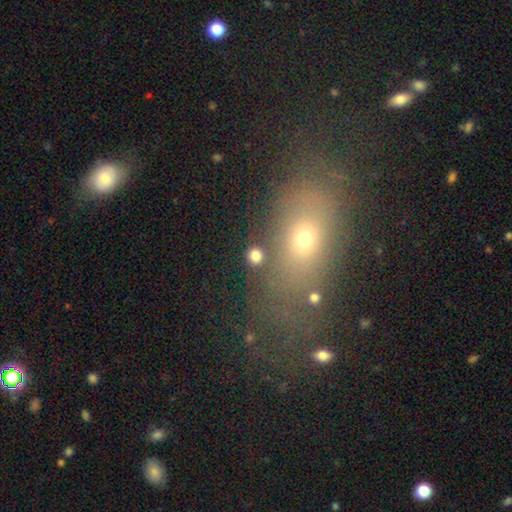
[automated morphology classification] This is clearly a smooth galaxy (80%). How rounded: likely round (78%). Merging: clearly none (82%).